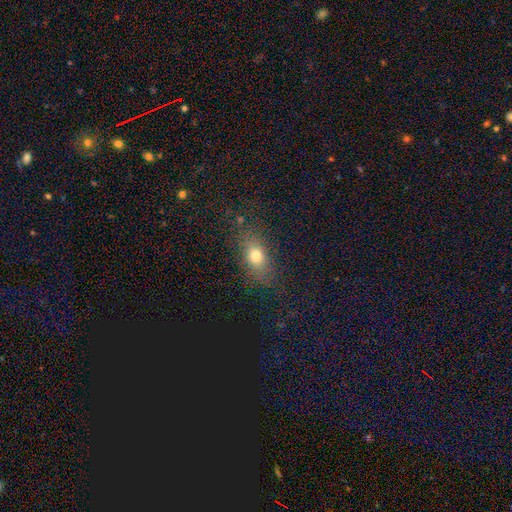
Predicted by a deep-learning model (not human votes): smooth_or_featured: smooth (p=0.72) [alt: star or artifact p=0.15]
how_rounded: in between (p=0.66) [alt: round p=0.24]
merging: none (p=0.80) [alt: minor disturbance p=0.13]